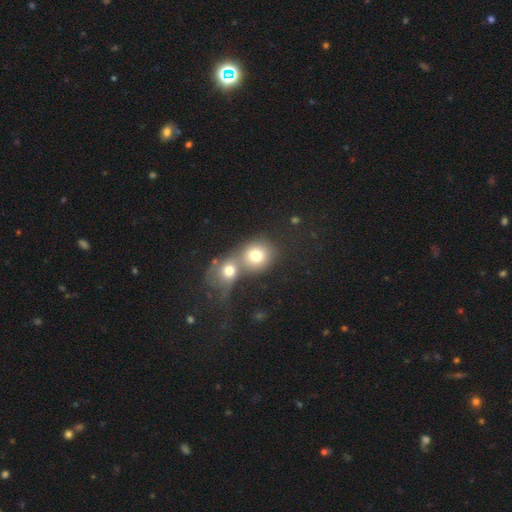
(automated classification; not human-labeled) Morphology: type=smooth (72%); roundness=round (77%); merging=merger (65%).